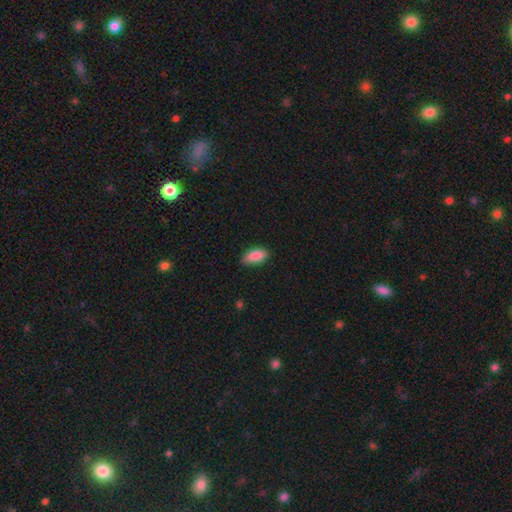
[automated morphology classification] Overall: smooth (88%). How rounded: in between (89%). Merging: none (78%).